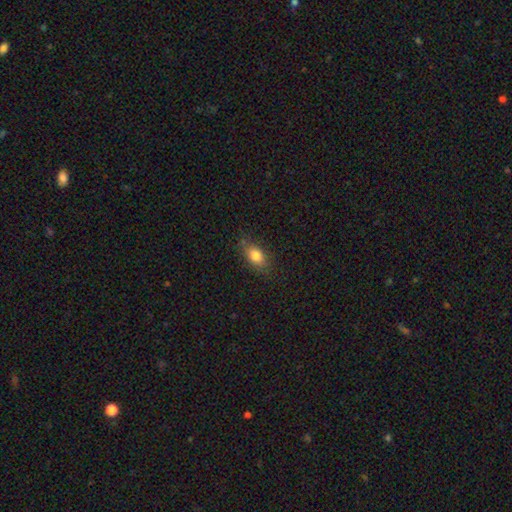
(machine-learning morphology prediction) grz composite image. It shows a smooth galaxy with no disk features (81%) that is in between round and cigar-shaped (83%). Merging: none (78%).